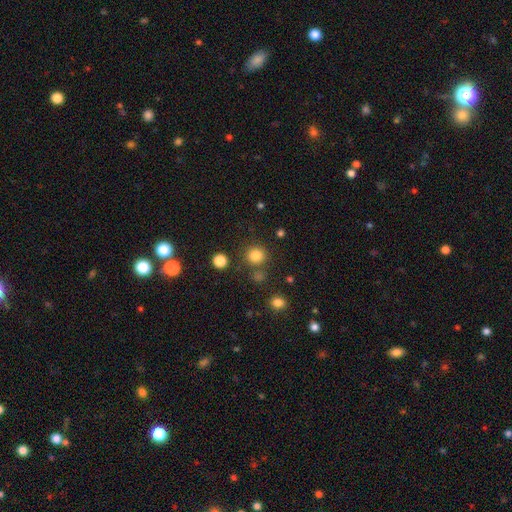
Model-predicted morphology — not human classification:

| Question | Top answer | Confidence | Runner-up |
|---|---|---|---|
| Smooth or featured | smooth | 82% | star or artifact (14%) |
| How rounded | round | 92% | in between (7%) |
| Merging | none | 81% | merger (8%) |